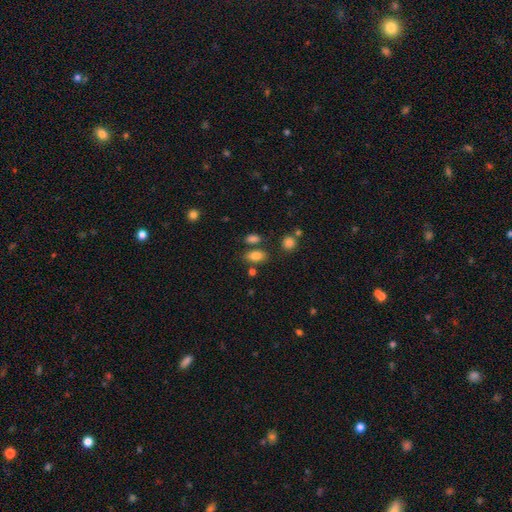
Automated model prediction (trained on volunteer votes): smooth_or_featured: smooth (p=0.82) [alt: star or artifact p=0.10]
how_rounded: in between (p=0.88) [alt: round p=0.09]
merging: none (p=0.73) [alt: minor disturbance p=0.12]